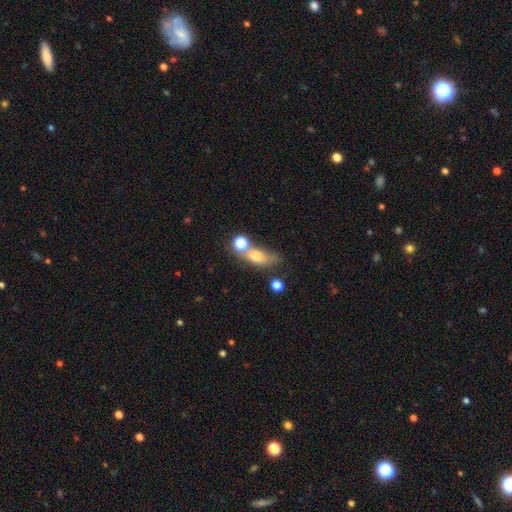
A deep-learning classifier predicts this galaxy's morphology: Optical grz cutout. It shows a smooth galaxy with no disk features (67%) that is in between round and cigar-shaped (59%). Merging: none (41%).